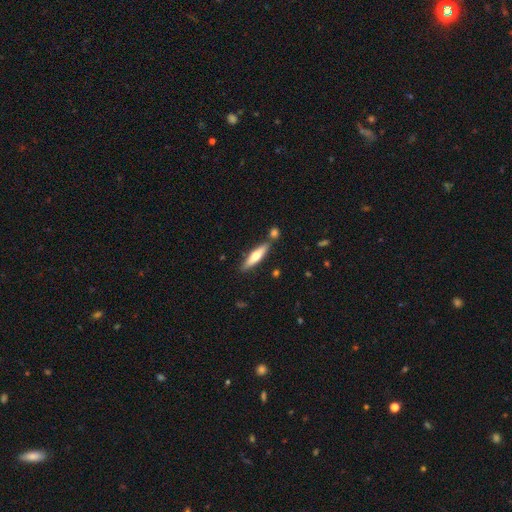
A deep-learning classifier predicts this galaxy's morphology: Q: Smooth or featured?
A: smooth (55%); runner-up: featured or disk (39%)
Q: How rounded?
A: cigar-shaped (78%); runner-up: in between (20%)
Q: Merging?
A: none (77%); runner-up: minor disturbance (11%)